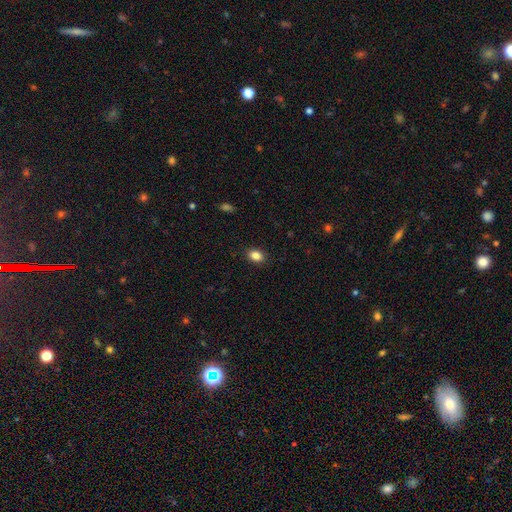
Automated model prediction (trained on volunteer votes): Smooth or featured? Predicted: smooth (p=0.86). How rounded? Predicted: in between (p=0.75). Merging? Predicted: none (p=0.89).